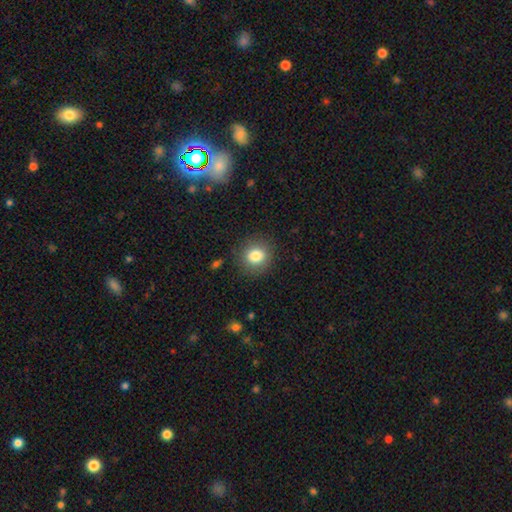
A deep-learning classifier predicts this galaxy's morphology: smooth 83%, star or artifact 10%, featured or disk 7%. Down the decision tree: how rounded — round (83%); merging — none (87%).